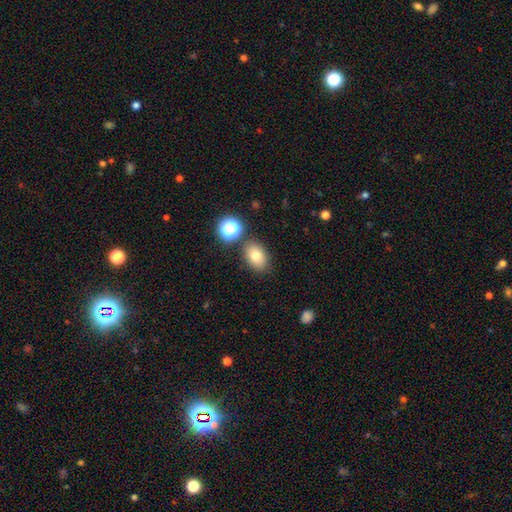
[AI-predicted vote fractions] The model was most divided on "how rounded": in between: 79%, round: 19%, cigar-shaped: 1%. More confident: merging — none (80%); smooth or featured — smooth (77%).